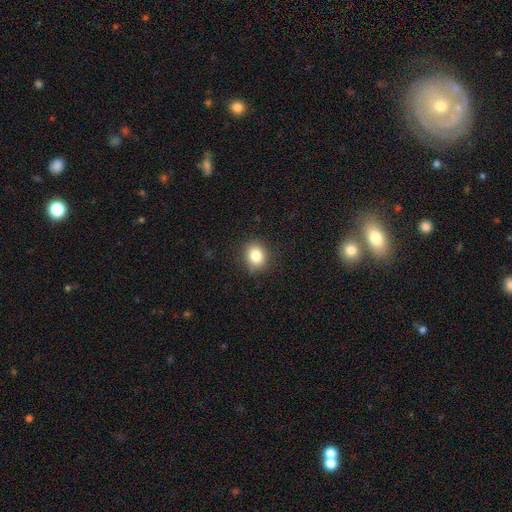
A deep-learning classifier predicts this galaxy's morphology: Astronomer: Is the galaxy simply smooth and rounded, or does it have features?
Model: smooth — 82%.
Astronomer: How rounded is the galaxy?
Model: round — 68%.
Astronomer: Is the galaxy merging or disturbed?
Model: none — 85%.